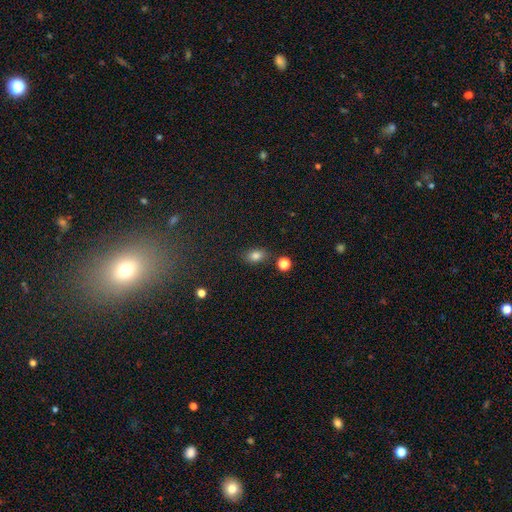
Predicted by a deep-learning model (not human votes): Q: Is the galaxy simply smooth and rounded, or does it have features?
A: smooth — 81%.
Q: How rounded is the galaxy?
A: in between — 76%.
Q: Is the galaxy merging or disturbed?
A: none — 78%.